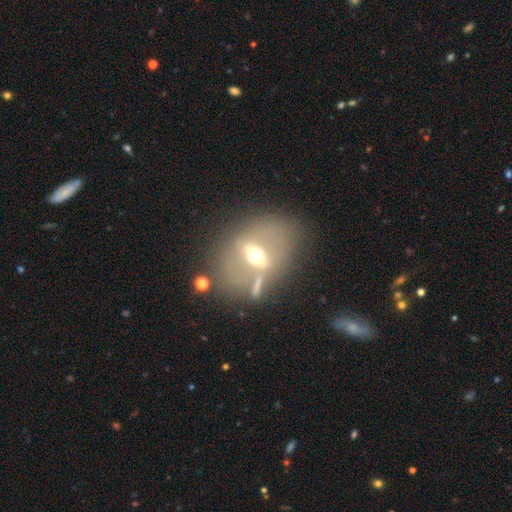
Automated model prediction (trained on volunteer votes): This appears to be a featured or disk galaxy (62%). Merging: none (65%).